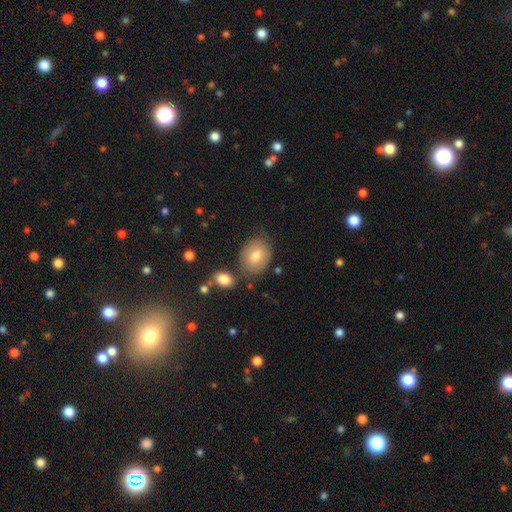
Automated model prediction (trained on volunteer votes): Morphology: type=smooth (73%); roundness=in between (60%); merging=none (75%).